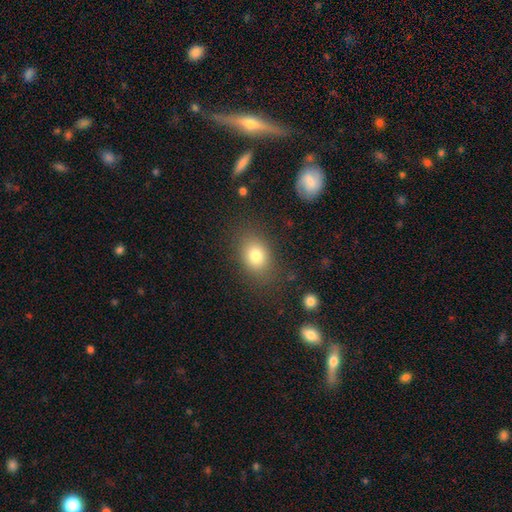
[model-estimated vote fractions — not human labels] This appears to be a smooth galaxy with no disk features (78%) that is in between round and cigar-shaped (65%). Merging: none (81%).